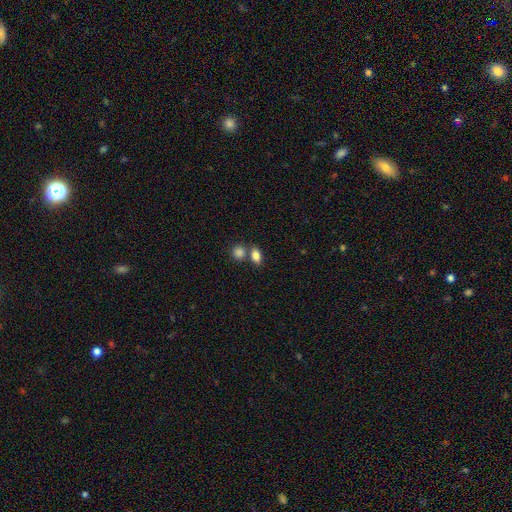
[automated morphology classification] type=smooth (84%); roundness=in between (79%); merging=none (55%).